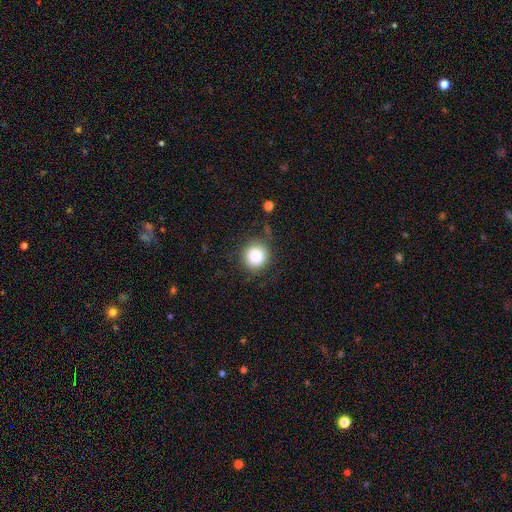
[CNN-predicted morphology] This appears to be a smooth galaxy with no disk features (85%) that is round (93%). Merging: none (79%).